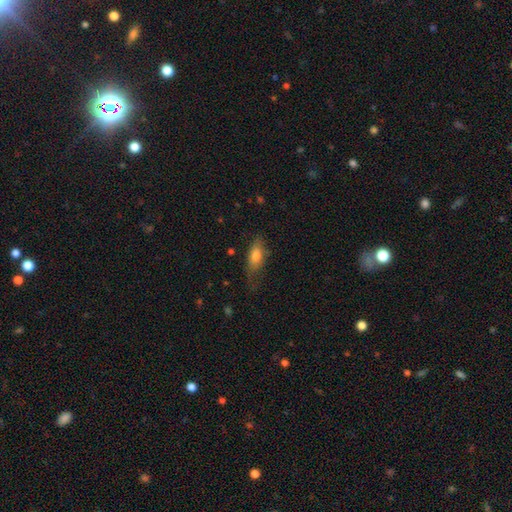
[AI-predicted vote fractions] Morphology: type=smooth (74%); roundness=in between (73%); merging=none (56%).